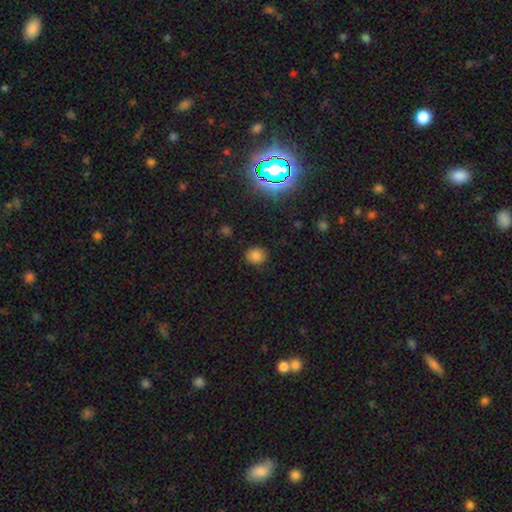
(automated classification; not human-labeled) smooth-or-featured: smooth: 81% | star or artifact: 14% | featured or disk: 5%
  how-rounded: round: 78% | in between: 21% | cigar-shaped: 1%
  merging: none: 87% | minor disturbance: 9% | major disturbance: 3% | merger: 1%